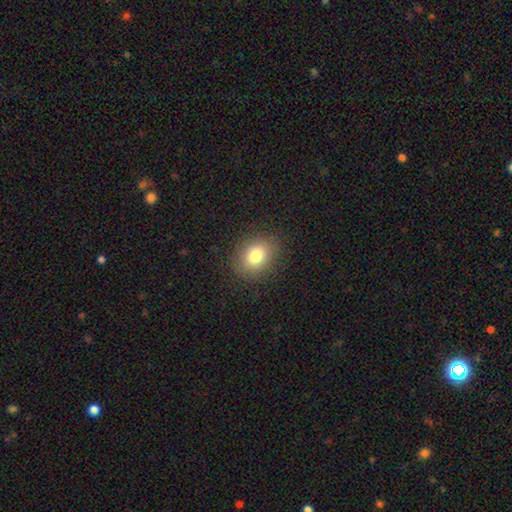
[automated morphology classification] smooth 81%, star or artifact 10%, featured or disk 9%. Down the decision tree: how rounded — in between (61%); merging — none (86%).